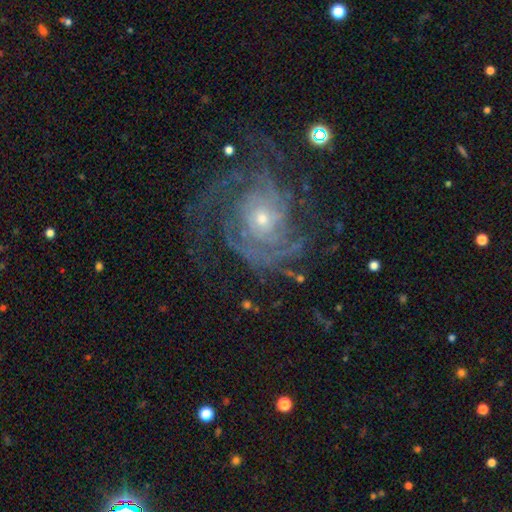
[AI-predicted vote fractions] Overall: featured or disk (89%). Edge-on disk: no (98%). Bar: no (75%). Spiral arms: yes (97%). Spiral arm count: 2 (24%, tied with 3). Spiral winding: tight (58%; medium 34%). Bulge size: small (69%). Merging: none (67%).